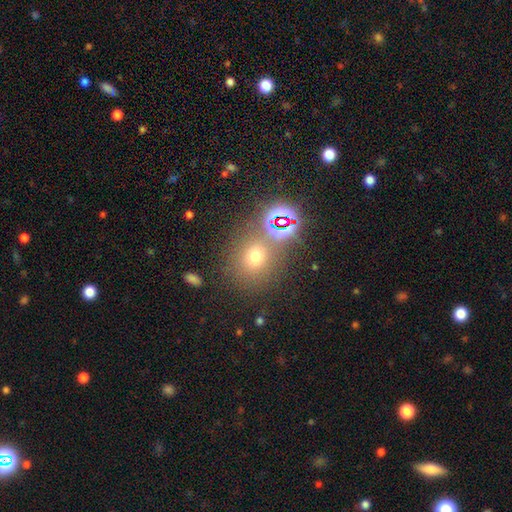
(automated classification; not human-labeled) Smooth or featured: smooth — 56% (star or artifact — 33%)
How rounded: round — 81% (in between — 17%)
Merging: none — 72% (merger — 14%)